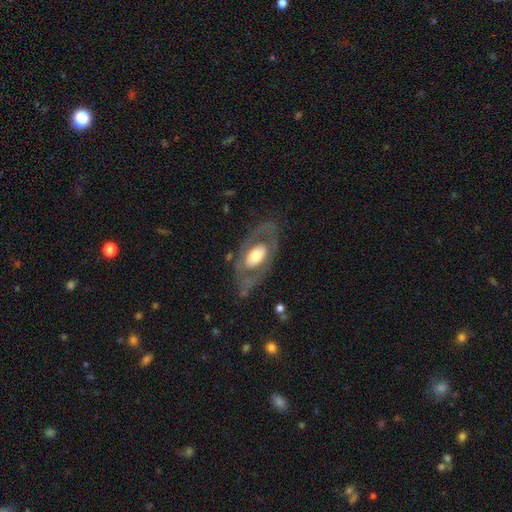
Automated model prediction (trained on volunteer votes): Smooth or featured: featured or disk — 62% (smooth — 33%)
Edge-on disk: no — 89% (yes — 11%)
Bar: no — 74% (weak — 17%)
Spiral arms: no — 73% (yes — 27%)
Bulge size: moderate — 51% (large — 36%)
Merging: none — 70% (minor disturbance — 16%)